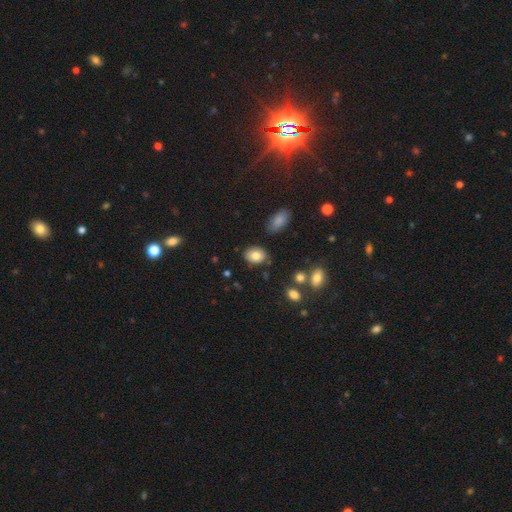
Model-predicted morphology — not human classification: Smooth or featured? smooth (82%)
How rounded? in between (64%)
Merging? none (82%)